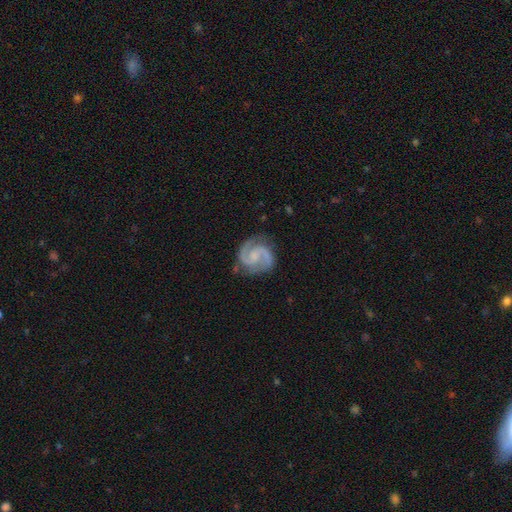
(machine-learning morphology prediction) Overall: featured or disk (92%). Edge-on disk: no (98%). Bar: no (44%; weak 43%). Spiral arms: yes (98%). Spiral arm count: 2 (94%). Spiral winding: medium (59%; tight 31%). Bulge size: none (45%; small 34%). Merging: none (81%).